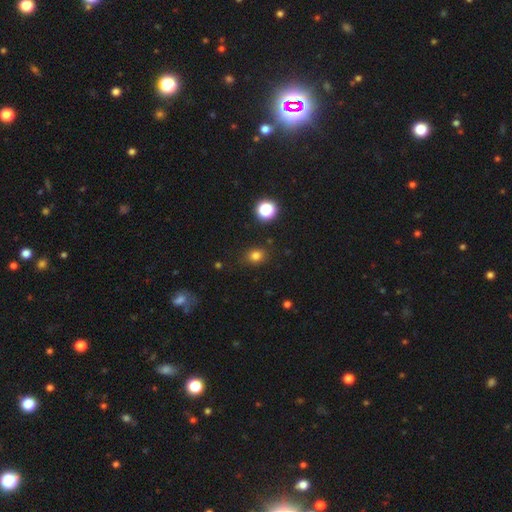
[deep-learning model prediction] smooth-or-featured: smooth: 78% | star or artifact: 16% | featured or disk: 6%
  how-rounded: round: 66% | in between: 33% | cigar-shaped: 1%
  merging: none: 84% | minor disturbance: 11% | major disturbance: 3% | merger: 2%